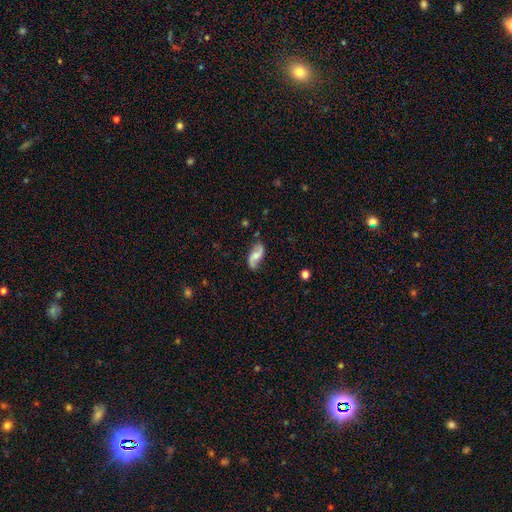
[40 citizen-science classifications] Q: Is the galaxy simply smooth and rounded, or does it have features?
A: featured or disk — 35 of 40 (88%).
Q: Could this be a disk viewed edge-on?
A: no — 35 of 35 (100%).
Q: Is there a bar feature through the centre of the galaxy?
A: no — 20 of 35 (57%).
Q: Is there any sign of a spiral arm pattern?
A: yes — 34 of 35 (97%).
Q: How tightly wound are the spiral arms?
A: loose — 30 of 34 (88%).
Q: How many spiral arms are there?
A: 2 — 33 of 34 (97%).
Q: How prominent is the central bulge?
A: moderate — 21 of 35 (60%).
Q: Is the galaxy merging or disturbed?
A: none — 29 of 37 (78%).